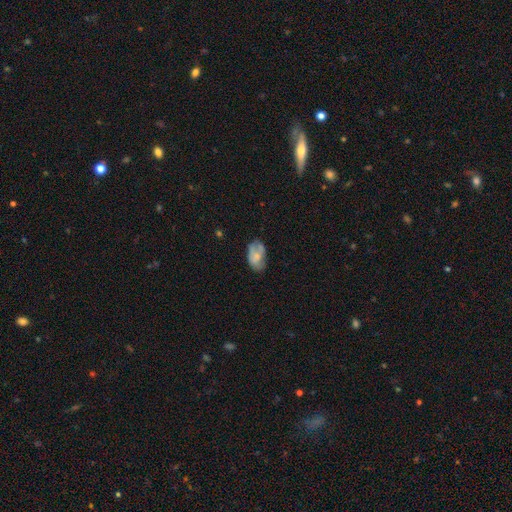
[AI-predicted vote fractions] A smooth galaxy with no disk features (56%) that is in between round and cigar-shaped (91%). Merging: none (50%).